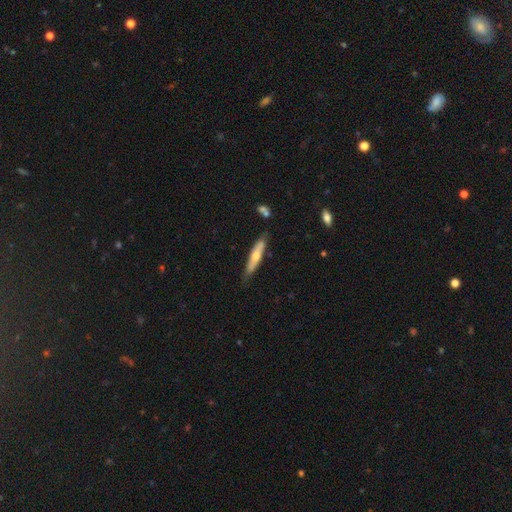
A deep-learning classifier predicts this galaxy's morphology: smooth-or-featured: featured or disk: 47% (tied) | smooth: 47% (tied) | star or artifact: 6%
  merging: none: 78% | minor disturbance: 17% | merger: 3% | major disturbance: 3%